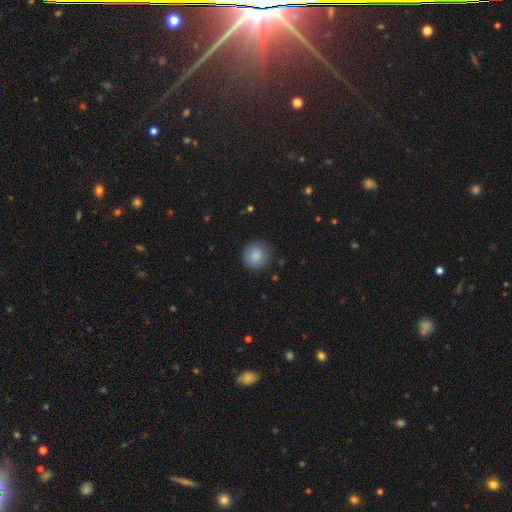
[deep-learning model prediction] Overall: smooth (87%). How rounded: round (92%). Merging: none (84%).